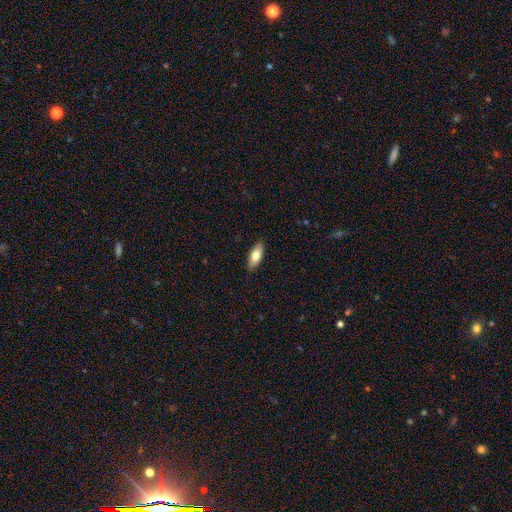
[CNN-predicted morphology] Q: Smooth or featured?
A: smooth (75%); runner-up: featured or disk (19%)
Q: How rounded?
A: in between (80%); runner-up: cigar-shaped (18%)
Q: Merging?
A: none (89%); runner-up: minor disturbance (9%)